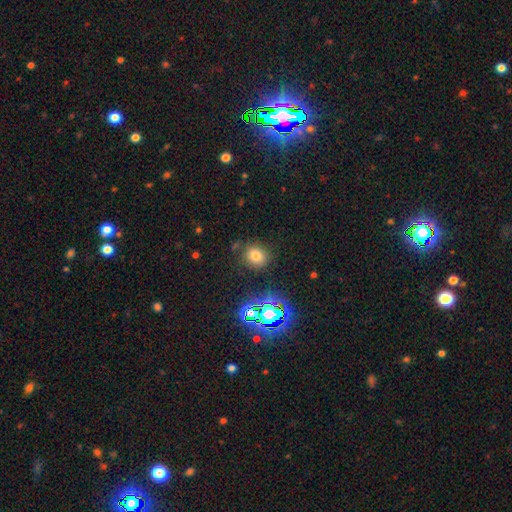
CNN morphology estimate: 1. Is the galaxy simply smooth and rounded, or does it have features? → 72% smooth, 20% star or artifact, 9% featured or disk.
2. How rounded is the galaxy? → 67% round, 32% in between, 1% cigar-shaped.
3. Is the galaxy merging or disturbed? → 81% none, 11% minor disturbance, 4% merger, 4% major disturbance.